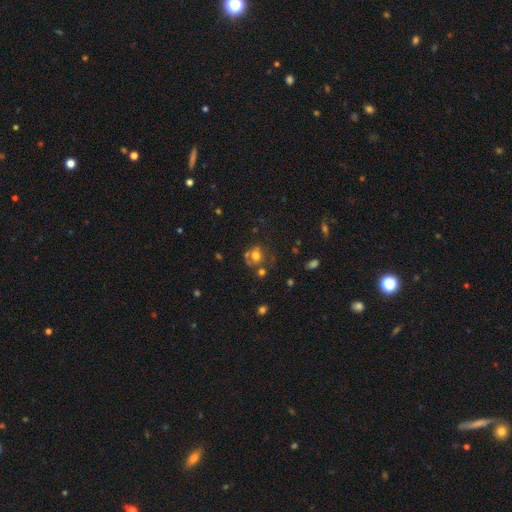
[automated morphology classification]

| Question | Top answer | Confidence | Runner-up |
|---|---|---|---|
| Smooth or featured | smooth | 63% | featured or disk (23%) |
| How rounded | round | 71% | in between (28%) |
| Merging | none | 50% | merger (20%) |